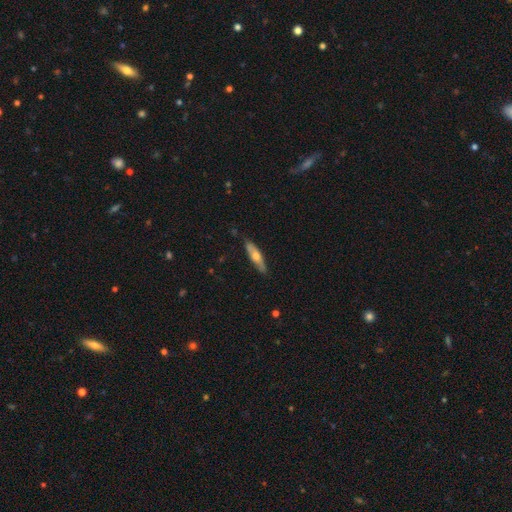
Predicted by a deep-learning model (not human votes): The model was most divided on "smooth or featured": smooth: 51%, featured or disk: 44%, star or artifact: 6%. More confident: merging — none (84%); how rounded — cigar-shaped (72%).